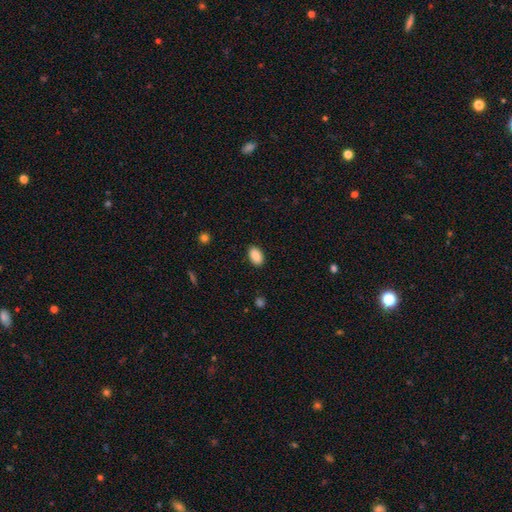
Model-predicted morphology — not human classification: type=smooth (89%); roundness=in between (91%); merging=none (89%).